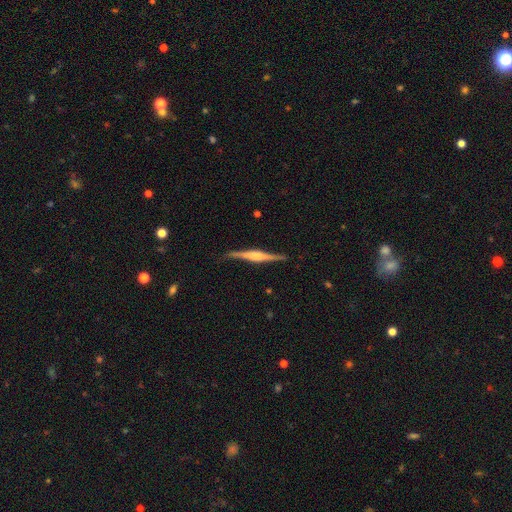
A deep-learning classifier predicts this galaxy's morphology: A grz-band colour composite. It shows a featured or disk galaxy (78%) viewed edge-on (97%) with a rounded central bulge (65%). Merging: none (85%).